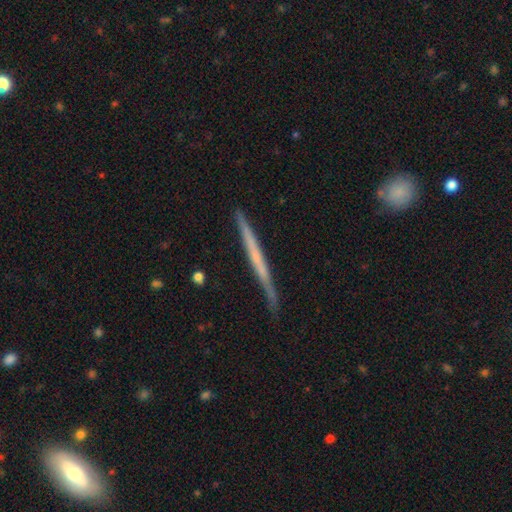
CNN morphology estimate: smooth-or-featured: featured or disk: 59% | smooth: 35% | star or artifact: 6%
  disk-edge-on: yes: 98% | no: 2%
    edge-on-bulge: none: 85% | rounded: 10% | boxy: 5%
  merging: none: 86% | minor disturbance: 11% | major disturbance: 2% | merger: 1%